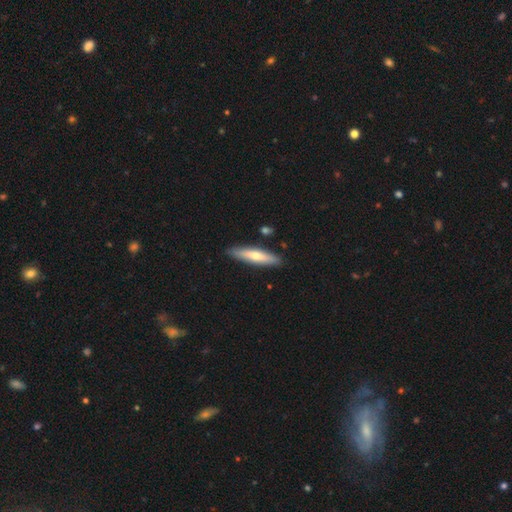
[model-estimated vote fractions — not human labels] A smooth galaxy with no disk features (56%) that is cigar-shaped (79%). Merging: none (87%).